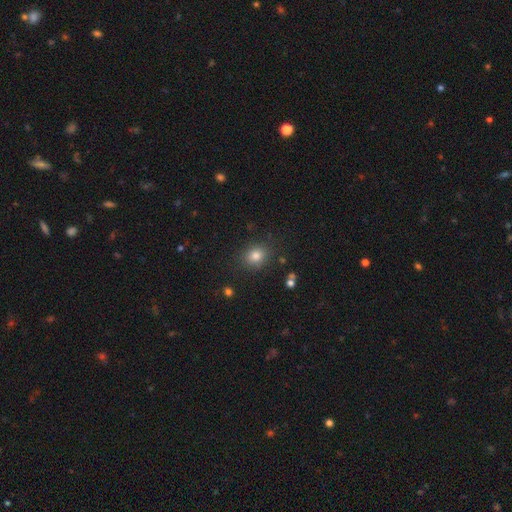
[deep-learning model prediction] smooth 80%, star or artifact 14%, featured or disk 7%. Down the decision tree: how rounded — round (62%); merging — none (85%).